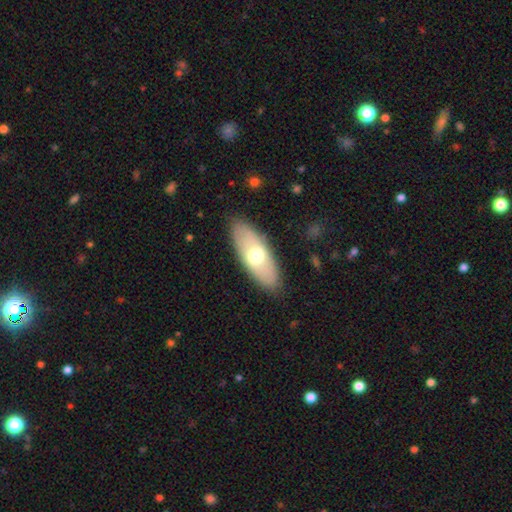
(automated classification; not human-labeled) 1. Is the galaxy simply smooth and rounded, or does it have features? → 59% smooth, 36% featured or disk, 6% star or artifact.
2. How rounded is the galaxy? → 77% in between, 20% cigar-shaped, 3% round.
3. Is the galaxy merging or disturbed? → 86% none, 10% minor disturbance, 3% major disturbance, 1% merger.